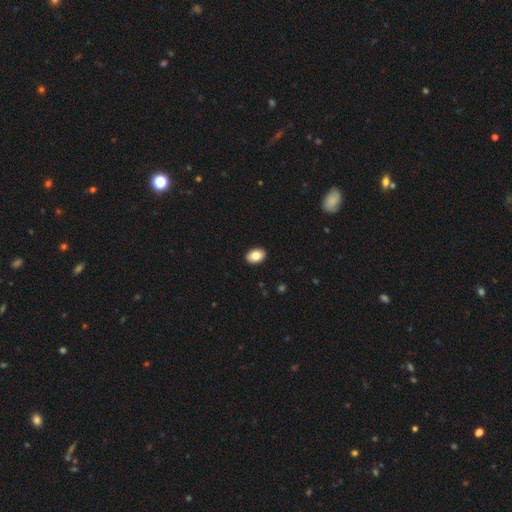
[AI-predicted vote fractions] smooth-or-featured: smooth: 84% | featured or disk: 9% | star or artifact: 7%
  how-rounded: in between: 82% | round: 16% | cigar-shaped: 1%
  merging: none: 92% | minor disturbance: 6% | major disturbance: 1% | merger: 1%